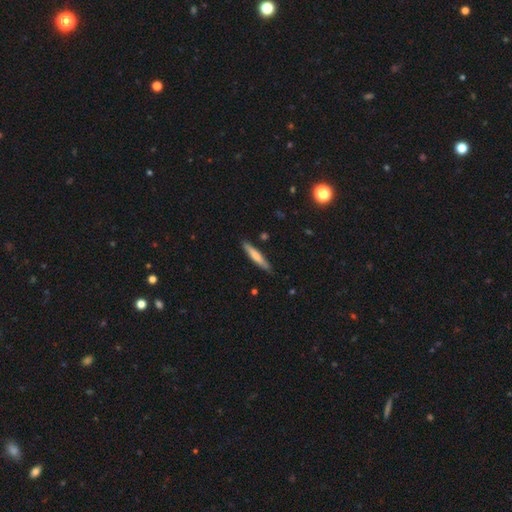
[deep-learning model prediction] Smooth or featured?
  - smooth: 67% *
  - featured or disk: 28%
  - star or artifact: 5%
How rounded?
  - cigar-shaped: 92% *
  - in between: 7%
  - round: 1%
Merging?
  - none: 87% *
  - minor disturbance: 10%
  - major disturbance: 2%
  - merger: 2%